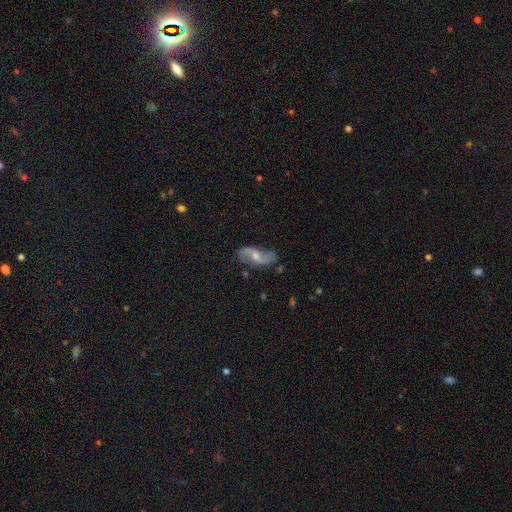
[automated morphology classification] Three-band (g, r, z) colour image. It shows a featured or disk galaxy (81%) with no bar (45%), 2 (92%) loose (67%) spiral arms (94%) and a moderate central bulge (54%). Merging: none (79%).